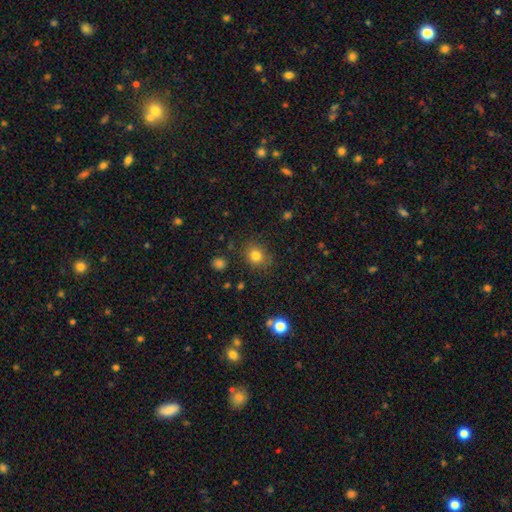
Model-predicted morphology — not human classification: A smooth galaxy with no disk features (81%) that is round (76%). Merging: none (83%).